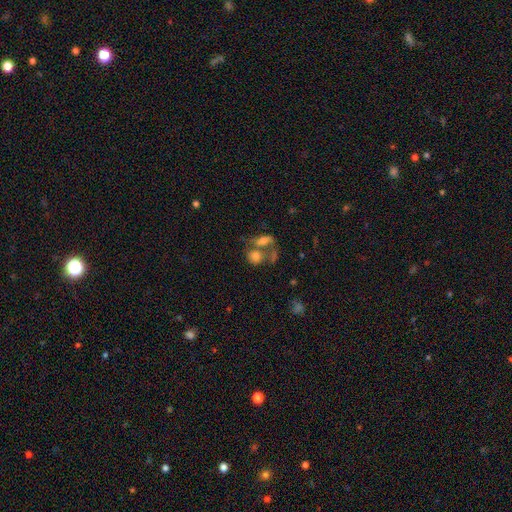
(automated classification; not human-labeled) Smooth or featured? Predicted: smooth (p=0.64). How rounded? Predicted: in between (p=0.52). Merging? Predicted: merger (p=0.54).